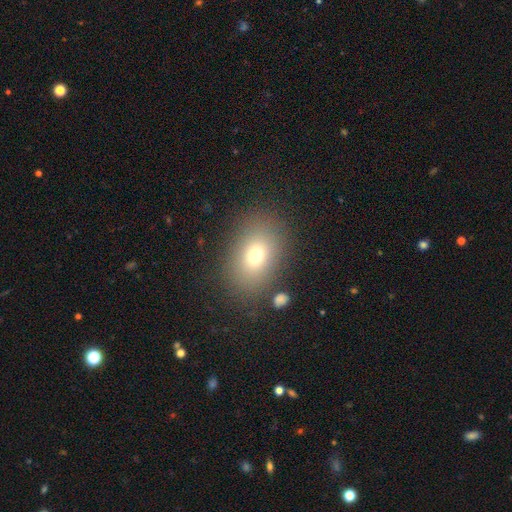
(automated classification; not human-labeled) This appears to be a smooth galaxy with no disk features (73%) that is in between round and cigar-shaped (78%). Merging: none (81%).